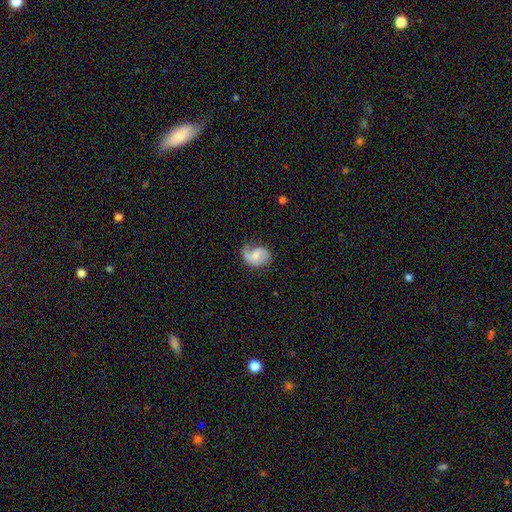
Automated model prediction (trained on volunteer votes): Q: Smooth or featured?
A: featured or disk (68%); runner-up: smooth (26%)
Q: Edge-on disk?
A: no (98%); runner-up: yes (2%)
Q: Bar?
A: no (57%); runner-up: weak (37%)
Q: Spiral arms?
A: yes (92%); runner-up: no (8%)
Q: Spiral winding?
A: medium (44%); runner-up: loose (34%)
Q: Spiral arm count?
A: 2 (63%); runner-up: 1 (28%)
Q: Bulge size?
A: moderate (49%); runner-up: small (42%)
Q: Merging?
A: none (61%); runner-up: minor disturbance (26%)